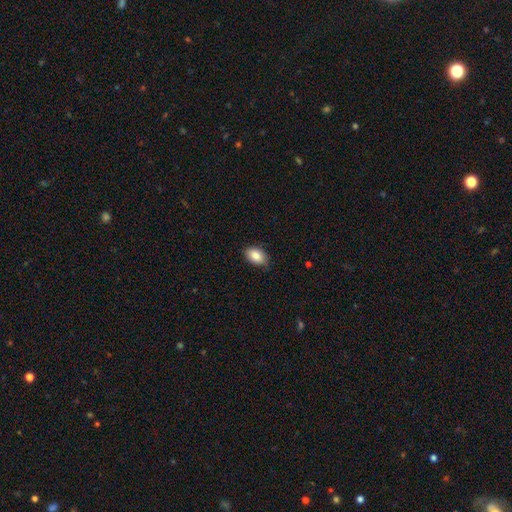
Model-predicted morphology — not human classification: Smooth or featured? Predicted: smooth (p=0.86). How rounded? Predicted: in between (p=0.91). Merging? Predicted: none (p=0.81).